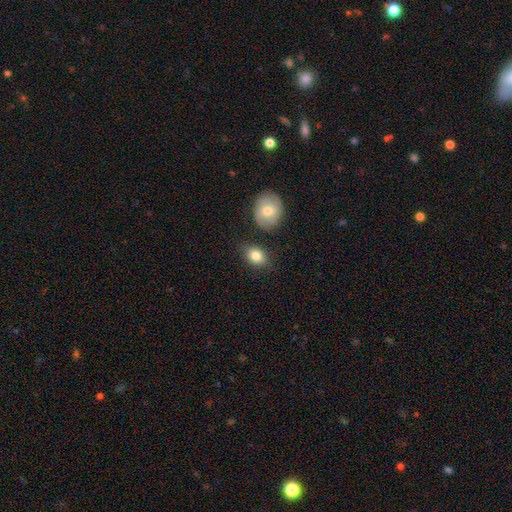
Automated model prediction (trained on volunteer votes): Smooth or featured? smooth (82%)
How rounded? in between (72%)
Merging? none (76%)